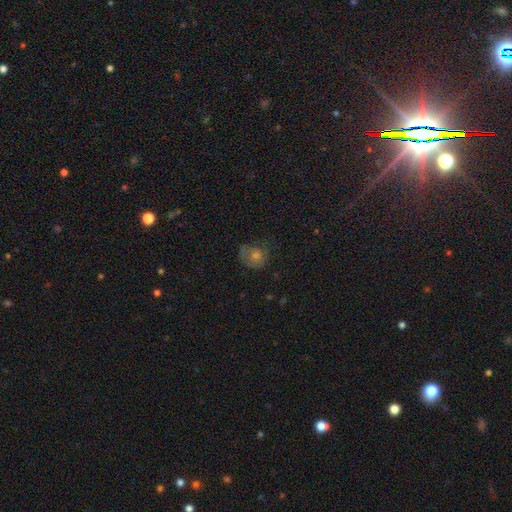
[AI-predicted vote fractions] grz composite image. It shows a smooth galaxy with no disk features (56%) that is round (74%). Merging: none (52%).